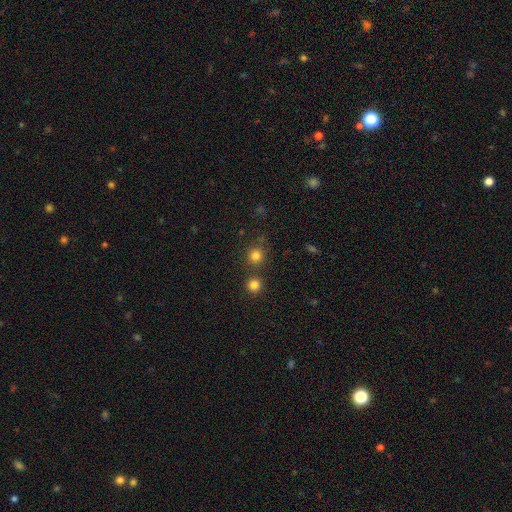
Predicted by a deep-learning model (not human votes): Smooth or featured?
  - smooth: 79% *
  - star or artifact: 15%
  - featured or disk: 5%
How rounded?
  - round: 90% *
  - in between: 9%
  - cigar-shaped: 1%
Merging?
  - none: 74% *
  - merger: 14%
  - minor disturbance: 8%
  - major disturbance: 4%